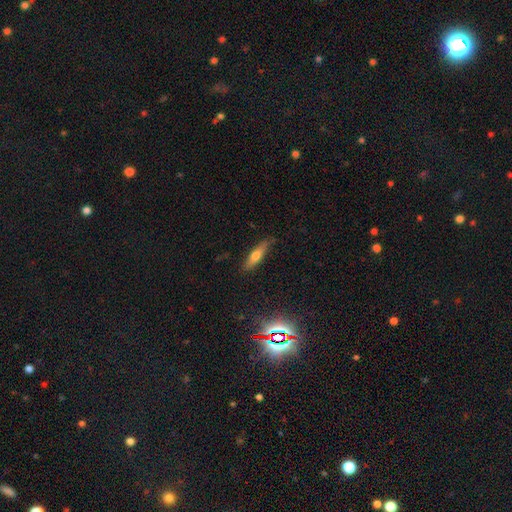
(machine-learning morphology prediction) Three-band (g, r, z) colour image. It shows a smooth galaxy with no disk features (55%) that is cigar-shaped (73%). Merging: none (82%).